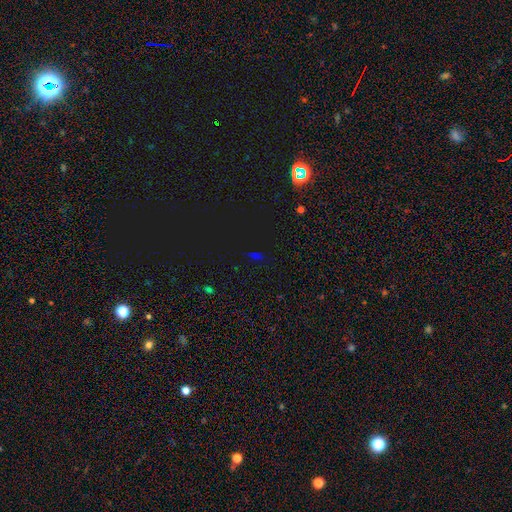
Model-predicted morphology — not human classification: Overall: star or artifact (62%; smooth 30%).